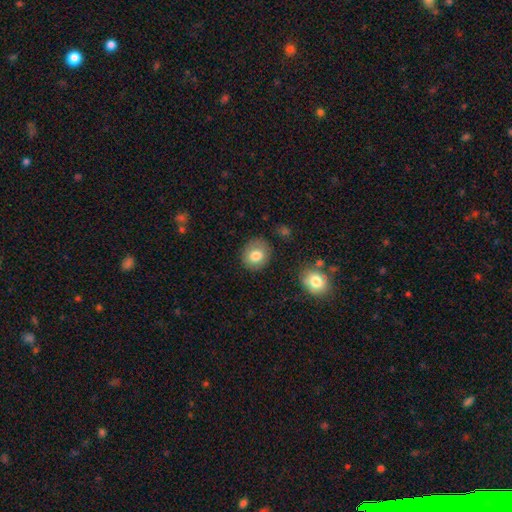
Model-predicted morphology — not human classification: smooth_or_featured: smooth (p=0.80) [alt: featured or disk p=0.11]
how_rounded: round (p=0.78) [alt: in between p=0.21]
merging: none (p=0.85) [alt: minor disturbance p=0.10]